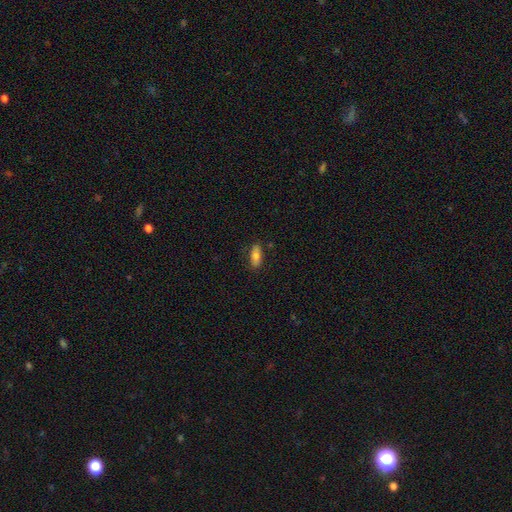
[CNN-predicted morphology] smooth 79%, featured or disk 14%, star or artifact 7%. Down the decision tree: how rounded — in between (79%); merging — none (82%).